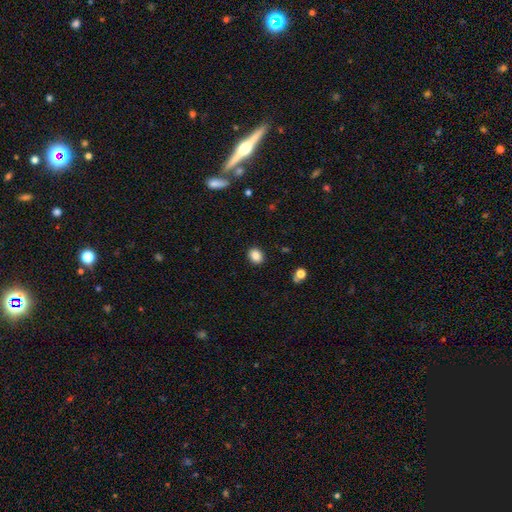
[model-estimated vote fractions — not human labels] Smooth or featured: smooth — 87% (star or artifact — 9%)
How rounded: round — 55% (in between — 44%)
Merging: none — 90% (minor disturbance — 7%)